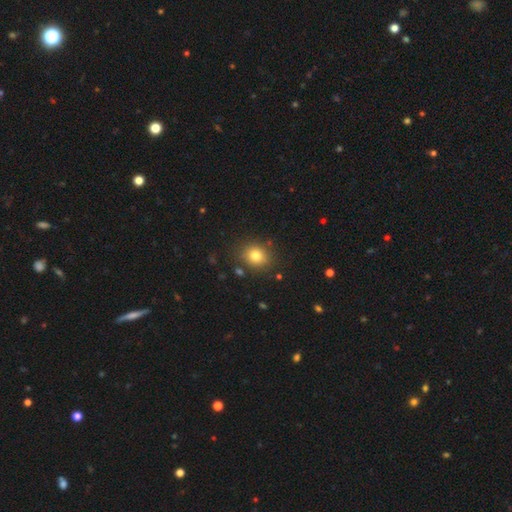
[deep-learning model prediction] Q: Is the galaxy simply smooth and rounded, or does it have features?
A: smooth — 79%.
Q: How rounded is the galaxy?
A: round — 73%.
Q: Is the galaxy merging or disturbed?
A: none — 85%.